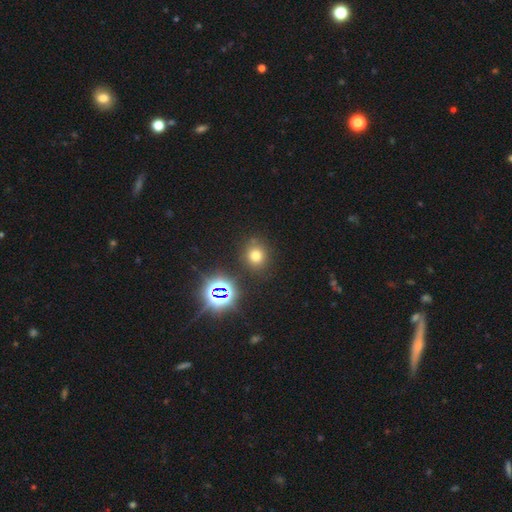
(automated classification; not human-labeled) smooth-or-featured: smooth: 66% | star or artifact: 25% | featured or disk: 8%
  how-rounded: round: 79% | in between: 20% | cigar-shaped: 1%
  merging: none: 83% | minor disturbance: 9% | merger: 4% | major disturbance: 4%